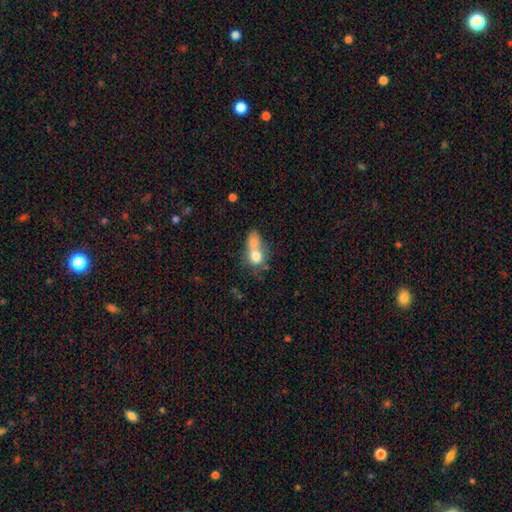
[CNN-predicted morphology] smooth-or-featured: smooth: 72% | featured or disk: 19% | star or artifact: 9%
  how-rounded: round: 53% | in between: 44% | cigar-shaped: 3%
  merging: merger: 68% | none: 18% | minor disturbance: 8% | major disturbance: 6%